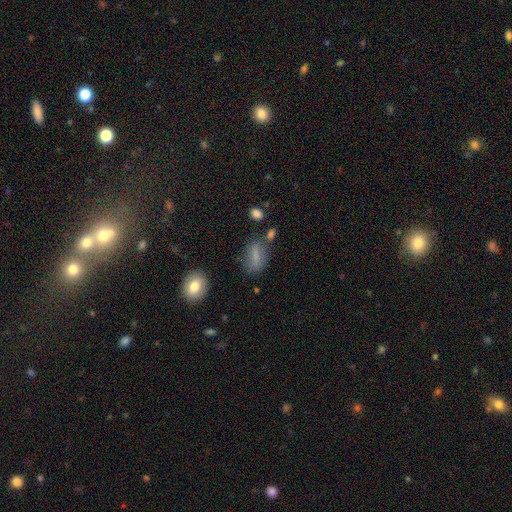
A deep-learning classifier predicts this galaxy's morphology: smooth-or-featured: smooth: 71% | featured or disk: 17% | star or artifact: 12%
  how-rounded: in between: 79% | round: 11% | cigar-shaped: 9%
  merging: none: 58% | minor disturbance: 23% | major disturbance: 11% | merger: 7%